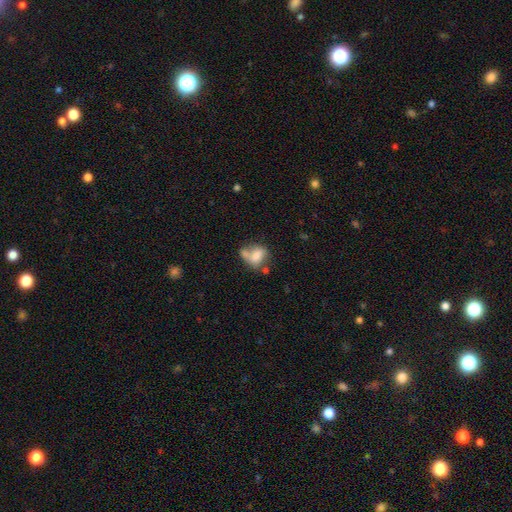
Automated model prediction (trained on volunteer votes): smooth_or_featured: smooth (p=0.68) [alt: featured or disk p=0.22]
how_rounded: in between (p=0.68) [alt: round p=0.30]
merging: merger (p=0.42) [alt: none p=0.28]